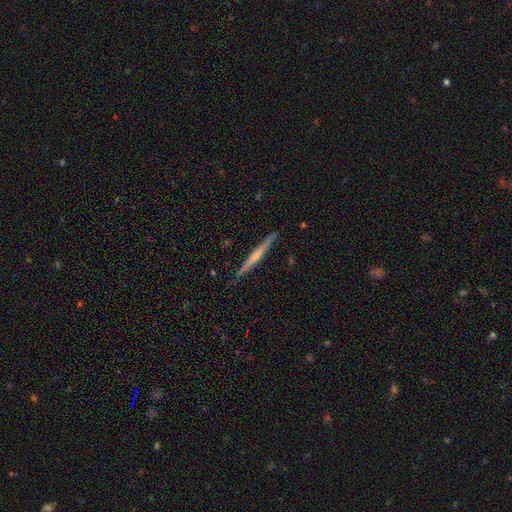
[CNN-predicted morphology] featured or disk 69%, smooth 26%, star or artifact 6%. Down the decision tree: edge-on disk — yes (98%); edge-on bulge — rounded (60%); merging — none (90%).